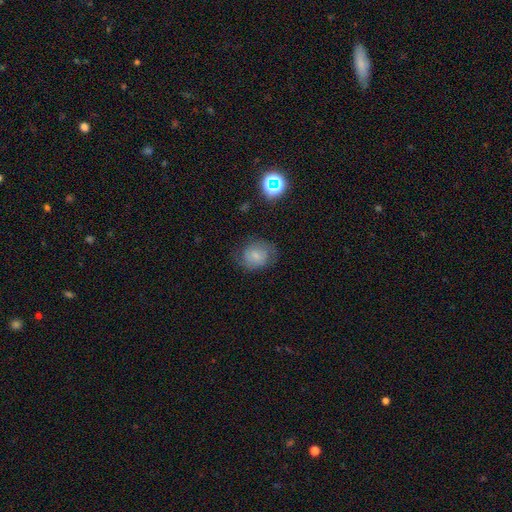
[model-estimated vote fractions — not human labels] Smooth or featured? Predicted: smooth (p=0.60). How rounded? Predicted: round (p=0.65). Merging? Predicted: none (p=0.69).